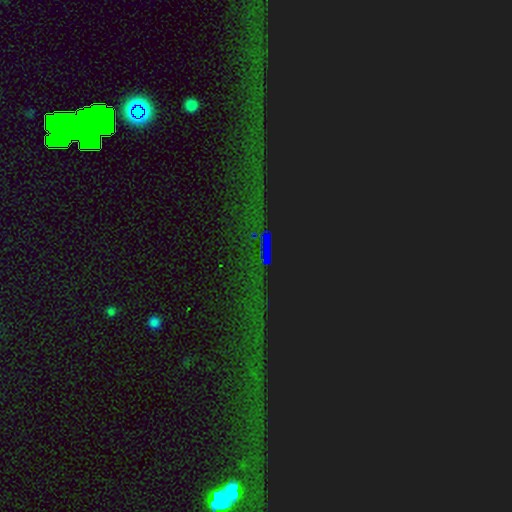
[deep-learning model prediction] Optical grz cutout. It shows a star or artifact, not a galaxy (80%).